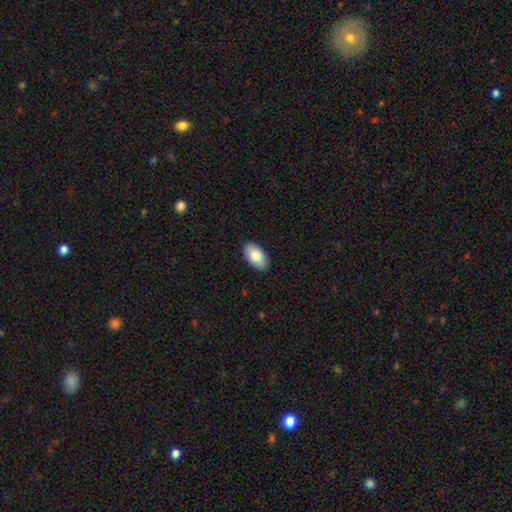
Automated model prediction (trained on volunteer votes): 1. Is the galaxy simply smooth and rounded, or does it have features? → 86% smooth, 8% featured or disk, 6% star or artifact.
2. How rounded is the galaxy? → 95% in between, 3% round, 1% cigar-shaped.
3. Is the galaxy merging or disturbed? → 89% none, 8% minor disturbance, 2% major disturbance, 1% merger.